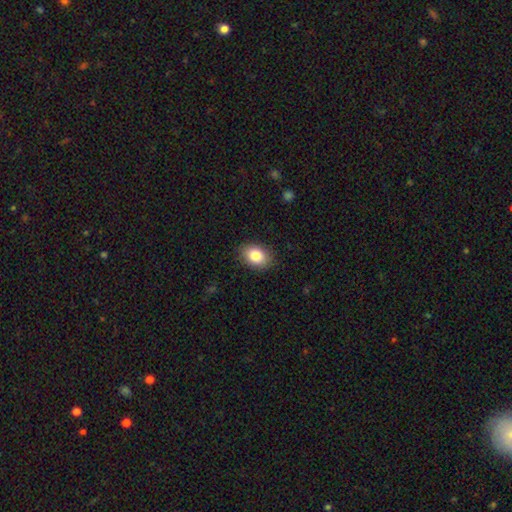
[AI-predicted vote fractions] Smooth or featured: smooth — 84% (star or artifact — 8%)
How rounded: in between — 73% (round — 26%)
Merging: none — 87% (minor disturbance — 9%)